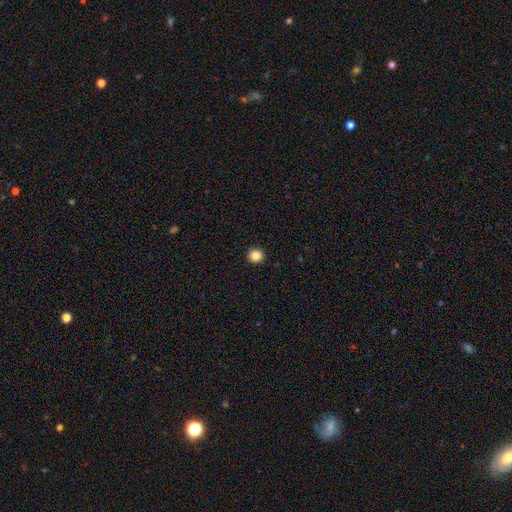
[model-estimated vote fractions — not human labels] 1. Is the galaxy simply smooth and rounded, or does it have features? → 86% smooth, 11% star or artifact, 3% featured or disk.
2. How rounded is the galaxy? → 92% round, 7% in between, 1% cigar-shaped.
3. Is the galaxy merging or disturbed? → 93% none, 4% minor disturbance, 2% major disturbance, 1% merger.